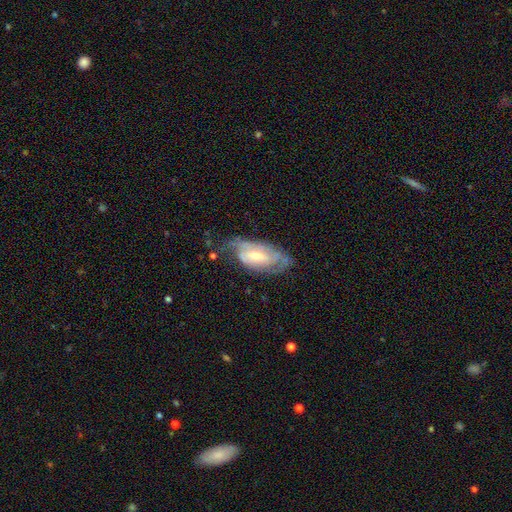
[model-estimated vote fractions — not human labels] Smooth or featured?
  - featured or disk: 76% *
  - smooth: 18%
  - star or artifact: 6%
Edge-on disk?
  - no: 92% *
  - yes: 8%
Bar?
  - weak: 44% *
  - no: 41%
  - strong: 16%
Spiral arms?
  - yes: 86% *
  - no: 14%
Spiral winding?
  - tight: 50% *
  - medium: 37%
  - loose: 13%
Spiral arm count?
  - 2: 44% *
  - can't tell: 35%
  - 3: 9%
  - 1: 7%
  - 4: 3%
  - more than 4: 2%
Bulge size?
  - moderate: 48% *
  - small: 46%
  - large: 3%
  - none: 2%
  - dominant: 1%
Merging?
  - none: 56% *
  - minor disturbance: 26%
  - major disturbance: 15%
  - merger: 2%